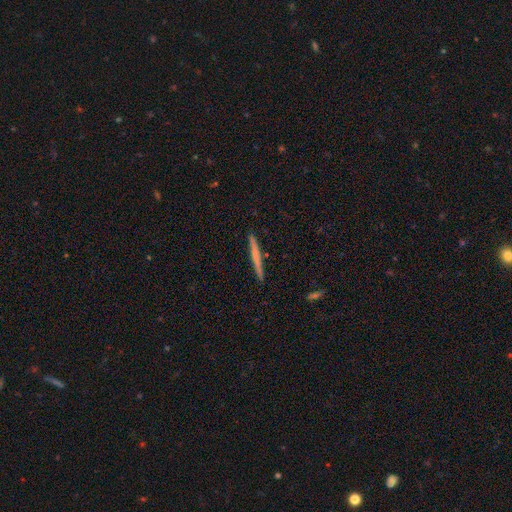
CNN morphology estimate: This is possibly a smooth galaxy (53%). How rounded: clearly cigar-shaped (97%). Merging: clearly none (92%).